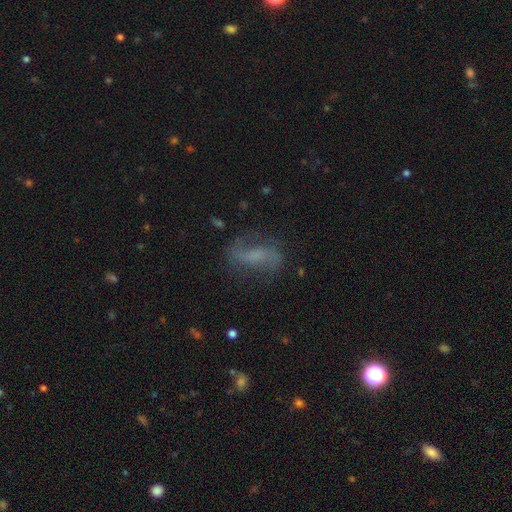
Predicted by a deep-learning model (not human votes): Smooth or featured? Predicted: featured or disk (p=0.70). Edge-on disk? Predicted: no (p=0.94). Bar? Predicted: weak (p=0.41). Spiral arms? Predicted: yes (p=0.92). Spiral winding? Predicted: loose (p=0.57). Spiral arm count? Predicted: 2 (p=0.89). Bulge size? Predicted: none (p=0.44). Merging? Predicted: none (p=0.74).